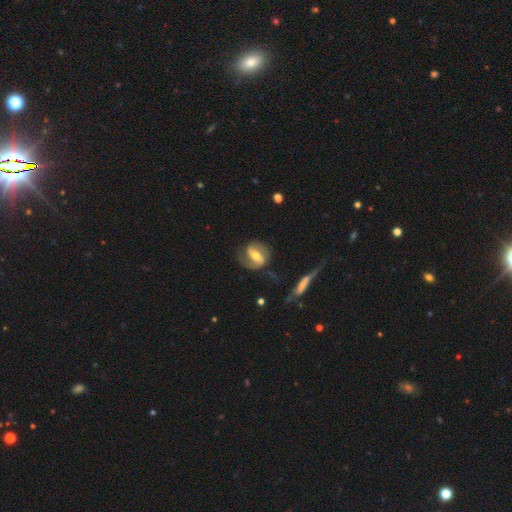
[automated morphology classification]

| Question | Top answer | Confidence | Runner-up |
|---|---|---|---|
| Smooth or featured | featured or disk | 76% | smooth (19%) |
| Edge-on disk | no | 95% | yes (5%) |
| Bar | strong | 52% | weak (33%) |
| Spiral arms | yes | 87% | no (13%) |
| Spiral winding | medium | 44% | loose (29%) |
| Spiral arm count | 2 | 82% | 1 (8%) |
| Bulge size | moderate | 64% | small (28%) |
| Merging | none | 71% | minor disturbance (16%) |